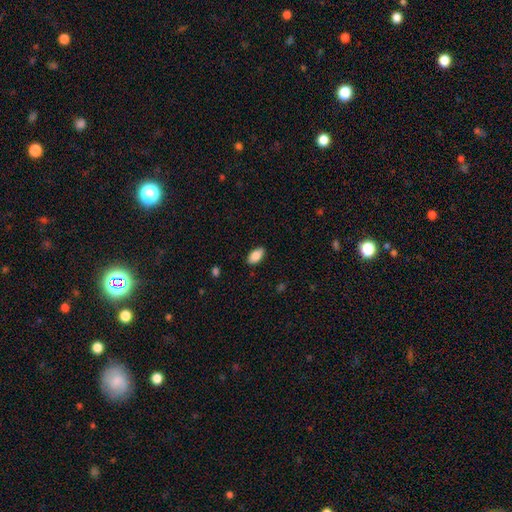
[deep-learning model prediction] Smooth or featured? Predicted: smooth (p=0.87). How rounded? Predicted: in between (p=0.93). Merging? Predicted: none (p=0.87).